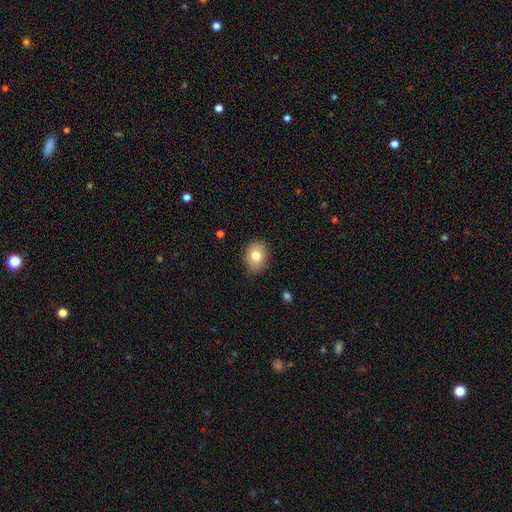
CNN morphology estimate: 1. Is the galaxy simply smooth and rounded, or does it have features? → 78% smooth, 13% featured or disk, 9% star or artifact.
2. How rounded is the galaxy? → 52% in between, 47% round, 1% cigar-shaped.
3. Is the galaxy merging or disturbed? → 85% none, 12% minor disturbance, 2% major disturbance, 1% merger.